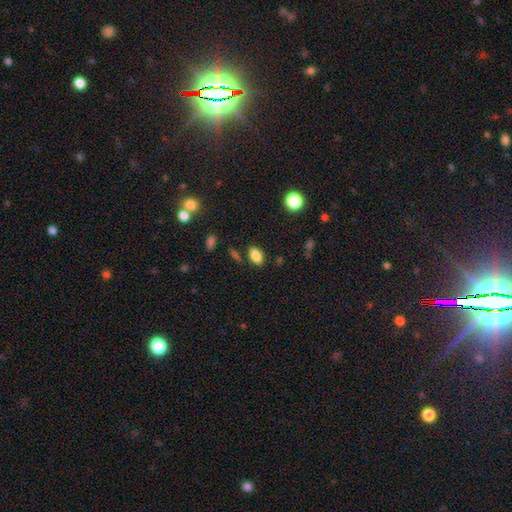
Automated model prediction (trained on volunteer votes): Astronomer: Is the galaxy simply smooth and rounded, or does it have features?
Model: smooth — 84%.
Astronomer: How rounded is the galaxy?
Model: in between — 90%.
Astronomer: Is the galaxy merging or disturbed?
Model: none — 83%.